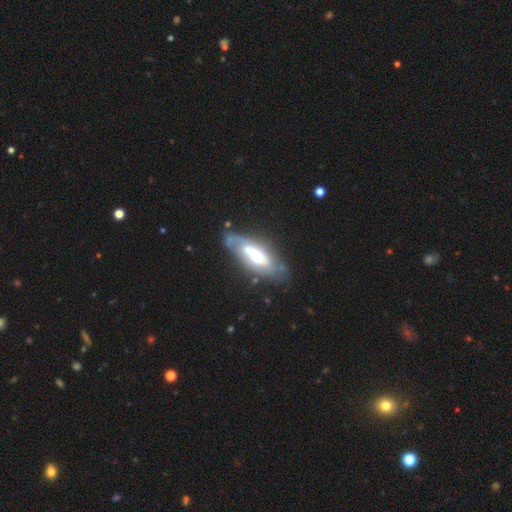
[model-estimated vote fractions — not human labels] Morphology: type=featured or disk (65%); edge-on=no (82%); bar=no (53%); spiral arms=yes (61%); bulge=moderate (53%); merging=none (52%).